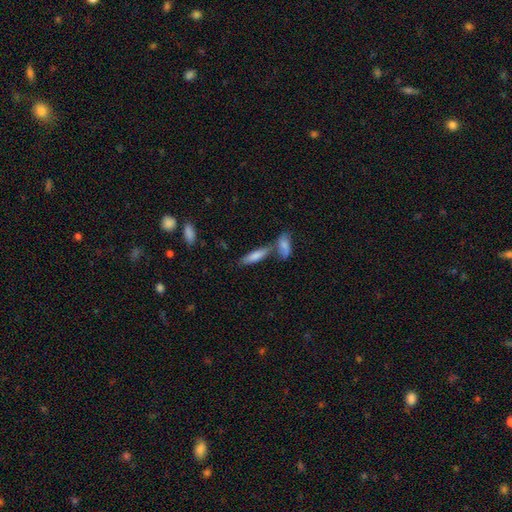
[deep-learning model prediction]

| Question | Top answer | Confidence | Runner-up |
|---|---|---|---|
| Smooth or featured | smooth | 74% | featured or disk (19%) |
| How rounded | cigar-shaped | 61% | in between (37%) |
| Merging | none | 51% | merger (33%) |